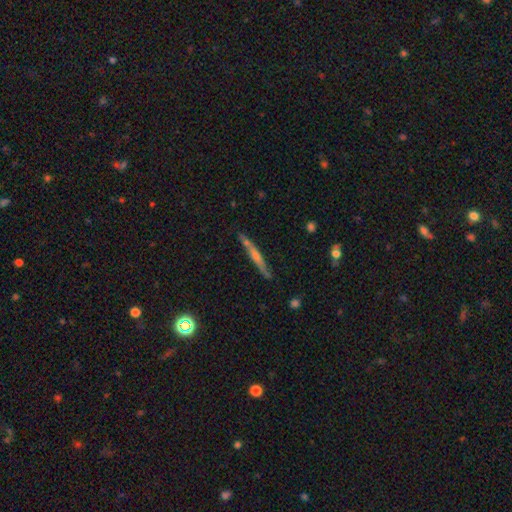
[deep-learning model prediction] Smooth or featured? Predicted: featured or disk (p=0.51). Edge-on disk? Predicted: yes (p=0.93). Merging? Predicted: none (p=0.79).